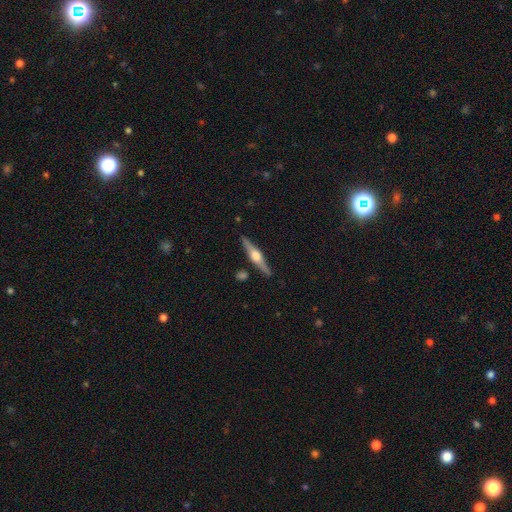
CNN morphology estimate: The model was most divided on "smooth or featured": featured or disk: 77%, smooth: 18%, star or artifact: 5%. More confident: edge-on disk — yes (98%); edge-on bulge — rounded (94%); merging — none (89%).